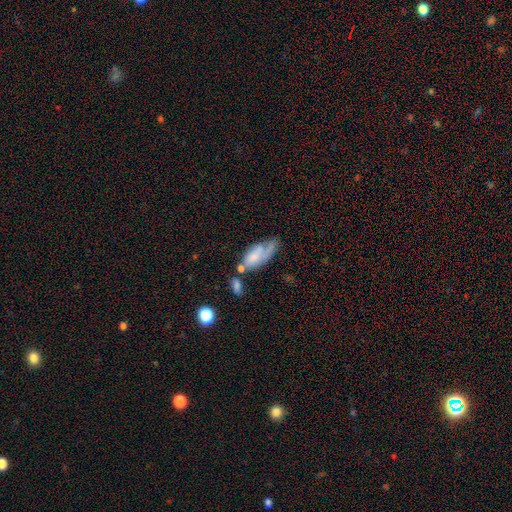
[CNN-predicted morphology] This appears to be a smooth galaxy with no disk features (57%) that is in between round and cigar-shaped (84%). Merging: none (29%).